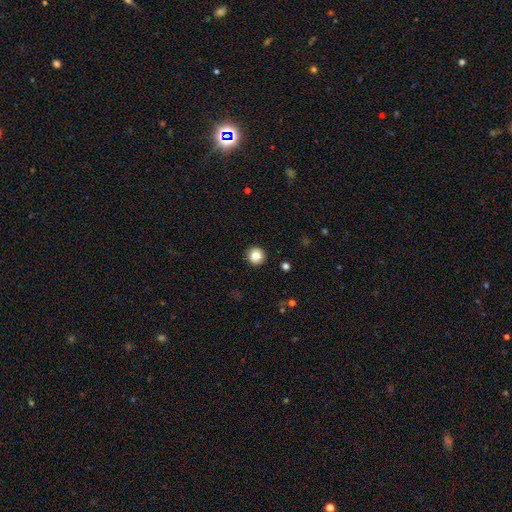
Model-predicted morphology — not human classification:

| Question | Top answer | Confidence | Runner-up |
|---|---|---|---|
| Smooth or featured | smooth | 83% | star or artifact (10%) |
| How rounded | round | 95% | in between (4%) |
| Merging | none | 93% | minor disturbance (5%) |